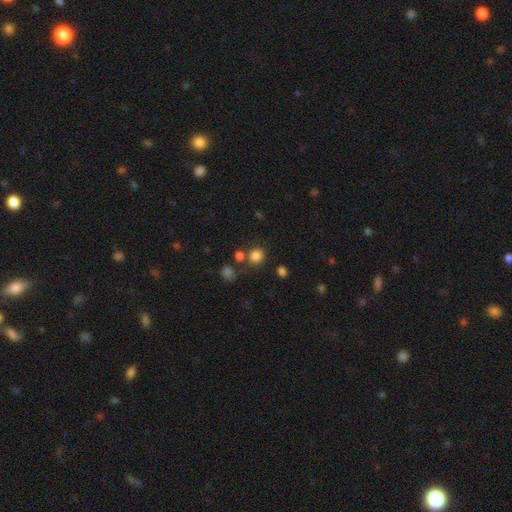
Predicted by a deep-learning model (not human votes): Smooth or featured?
  - smooth: 81% *
  - star or artifact: 13%
  - featured or disk: 5%
How rounded?
  - round: 78% *
  - in between: 21%
  - cigar-shaped: 1%
Merging?
  - none: 71% *
  - merger: 14%
  - minor disturbance: 11%
  - major disturbance: 5%